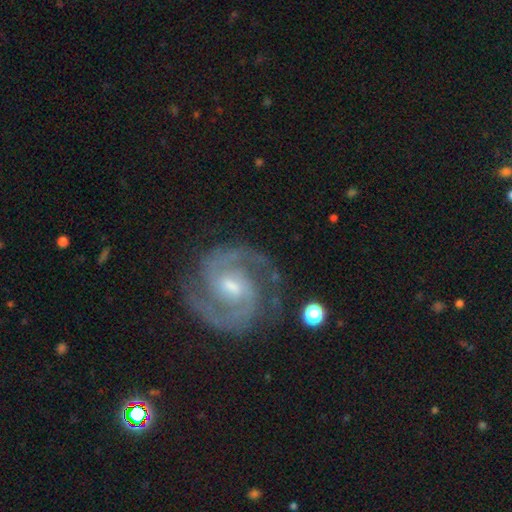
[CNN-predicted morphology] This appears to be a featured or disk galaxy (91%) with a weak bar (43%), 2 (92%) medium (48%) spiral arms (99%) and a small central bulge (48%). Merging: none (83%).